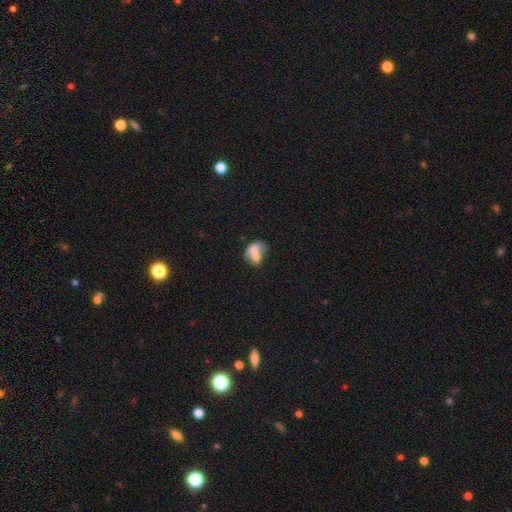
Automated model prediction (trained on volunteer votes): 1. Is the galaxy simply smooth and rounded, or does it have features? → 59% smooth, 31% featured or disk, 10% star or artifact.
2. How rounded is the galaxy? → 74% in between, 24% round, 2% cigar-shaped.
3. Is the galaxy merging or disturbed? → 59% merger, 19% none, 12% minor disturbance, 10% major disturbance.